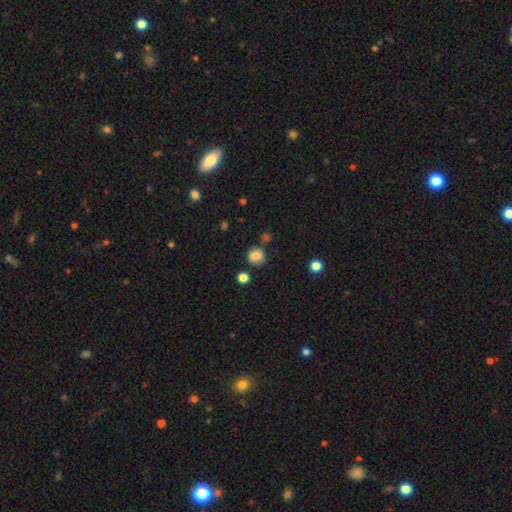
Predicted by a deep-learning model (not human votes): Smooth or featured?
  - smooth: 81% *
  - star or artifact: 12%
  - featured or disk: 7%
How rounded?
  - round: 81% *
  - in between: 18%
  - cigar-shaped: 1%
Merging?
  - none: 69% *
  - minor disturbance: 17%
  - merger: 8%
  - major disturbance: 6%